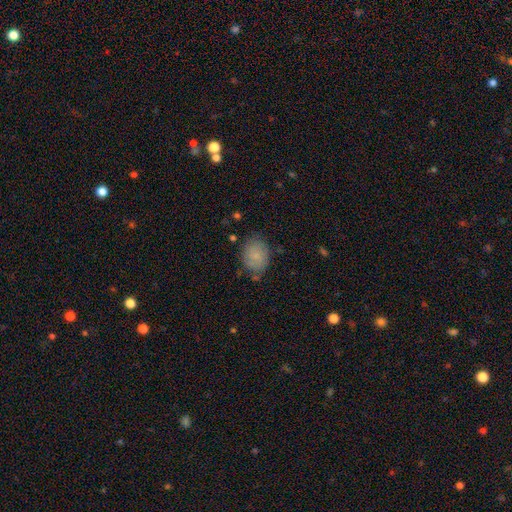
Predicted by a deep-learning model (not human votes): Smooth or featured: smooth — 80% (featured or disk — 12%)
How rounded: in between — 65% (round — 34%)
Merging: none — 74% (minor disturbance — 19%)